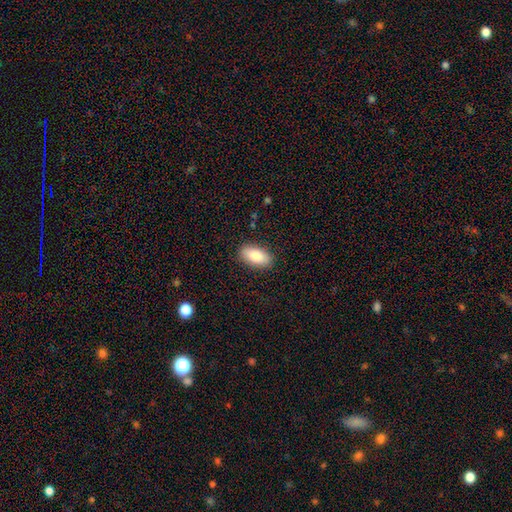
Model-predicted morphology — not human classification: Smooth or featured: smooth — 85% (featured or disk — 9%)
How rounded: in between — 92% (cigar-shaped — 5%)
Merging: none — 88% (minor disturbance — 9%)